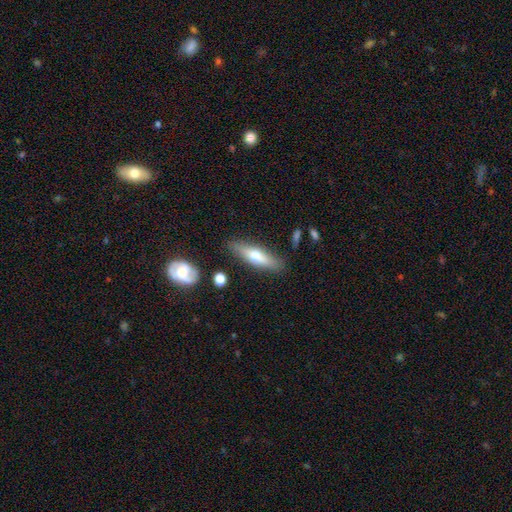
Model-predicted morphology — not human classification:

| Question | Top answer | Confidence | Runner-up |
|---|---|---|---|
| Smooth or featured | smooth | 54% | featured or disk (40%) |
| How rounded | cigar-shaped | 65% | in between (33%) |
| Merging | none | 84% | minor disturbance (11%) |